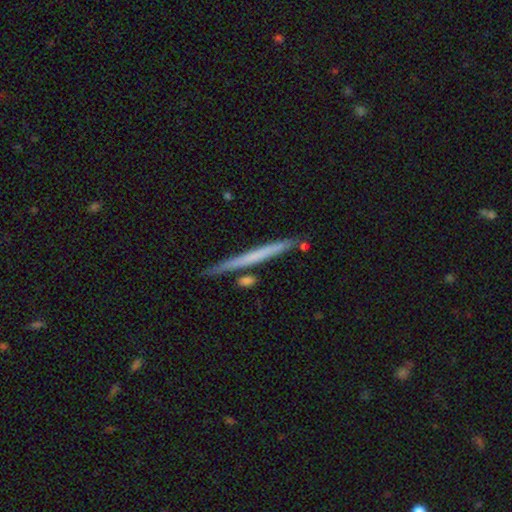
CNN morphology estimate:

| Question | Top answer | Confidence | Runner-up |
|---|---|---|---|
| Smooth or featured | smooth | 50% | featured or disk (45%) |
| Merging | none | 83% | minor disturbance (10%) |